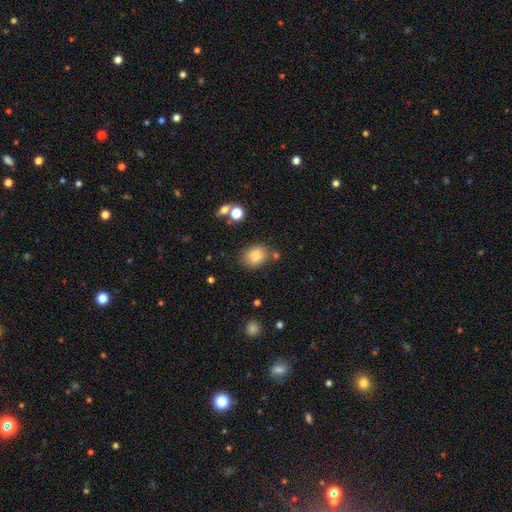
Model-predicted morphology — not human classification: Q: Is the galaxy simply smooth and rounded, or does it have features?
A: smooth — 81%.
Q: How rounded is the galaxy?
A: in between — 50%.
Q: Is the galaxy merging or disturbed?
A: none — 75%.